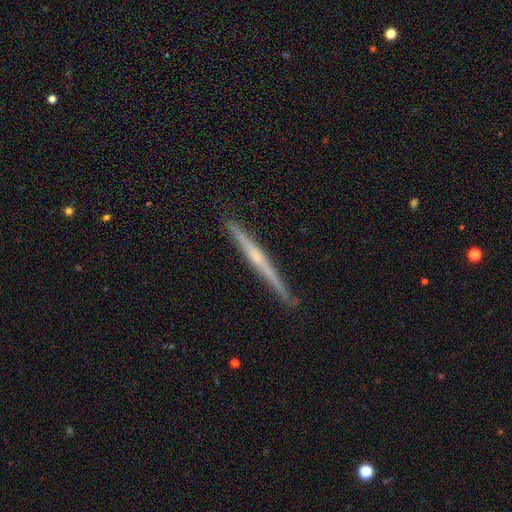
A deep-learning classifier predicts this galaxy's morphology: A featured or disk galaxy (73%) viewed edge-on (98%) with a rounded central bulge (50%).

Vote fractions:
- Smooth or featured? featured or disk: 73% / smooth: 22% / star or artifact: 6%
- Edge-on disk? yes: 98% / no: 2%
- Edge-on bulge? rounded: 50% / none: 40% / boxy: 9%
- Merging? none: 90% / minor disturbance: 8% / major disturbance: 1% / merger: 1%